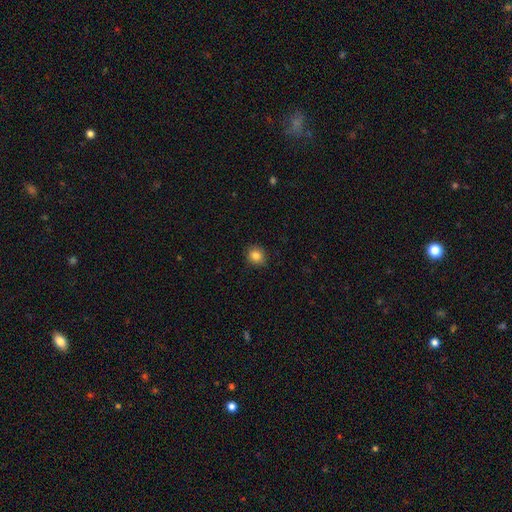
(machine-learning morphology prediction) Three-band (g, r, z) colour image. It shows a smooth galaxy with no disk features (85%) that is round (79%). Merging: none (88%).